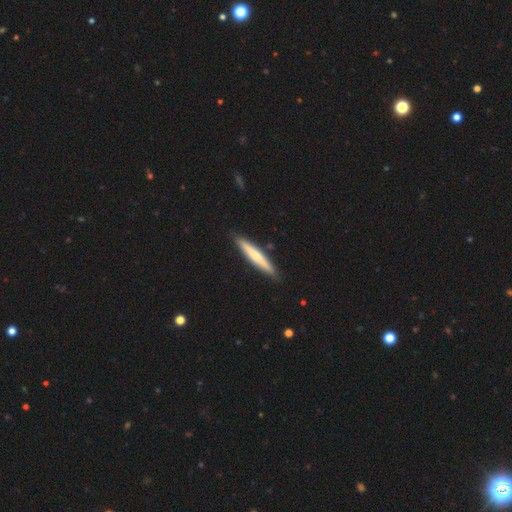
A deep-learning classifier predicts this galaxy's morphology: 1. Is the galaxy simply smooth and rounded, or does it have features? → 61% smooth, 34% featured or disk, 5% star or artifact.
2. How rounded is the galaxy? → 94% cigar-shaped, 5% in between, 1% round.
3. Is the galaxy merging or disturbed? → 89% none, 8% minor disturbance, 2% merger, 1% major disturbance.